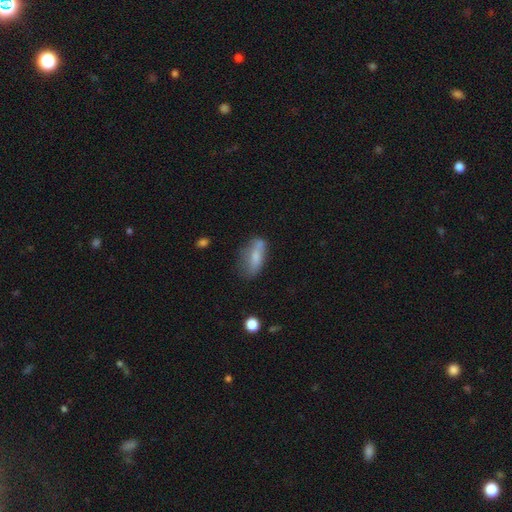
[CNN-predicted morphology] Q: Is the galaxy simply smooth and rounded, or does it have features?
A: smooth — 67%.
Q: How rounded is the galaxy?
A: in between — 73%.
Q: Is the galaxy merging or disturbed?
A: none — 47%.